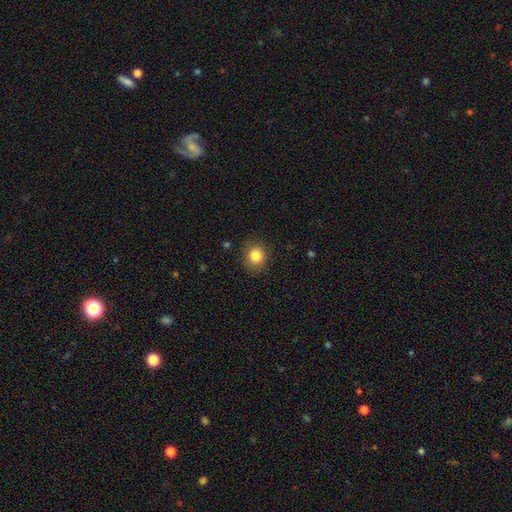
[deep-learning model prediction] A smooth galaxy with no disk features (84%) that is round (74%). Merging: none (87%).